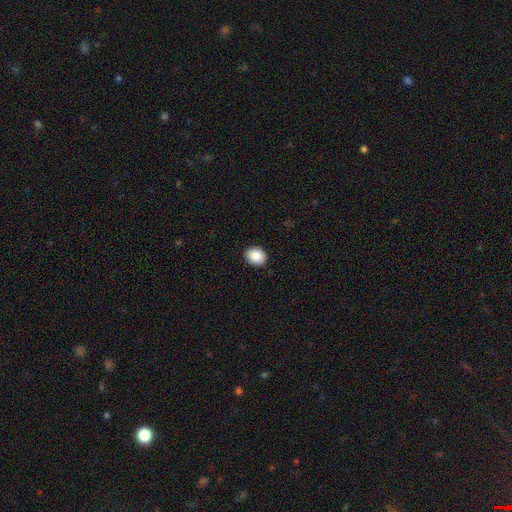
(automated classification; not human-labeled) Morphology: type=smooth (89%); roundness=round (57%); merging=none (91%).